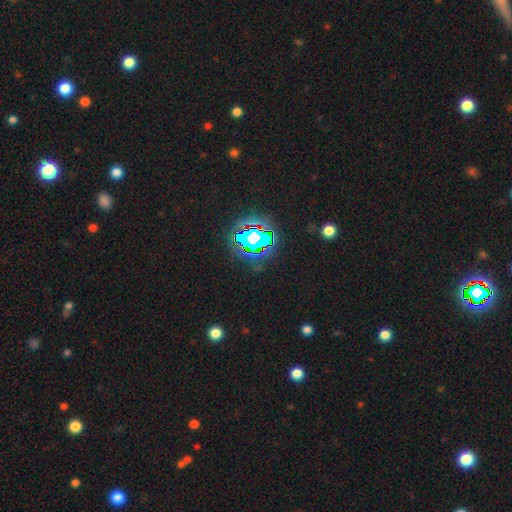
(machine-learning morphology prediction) smooth-or-featured: star or artifact: 83% | smooth: 10% | featured or disk: 7%